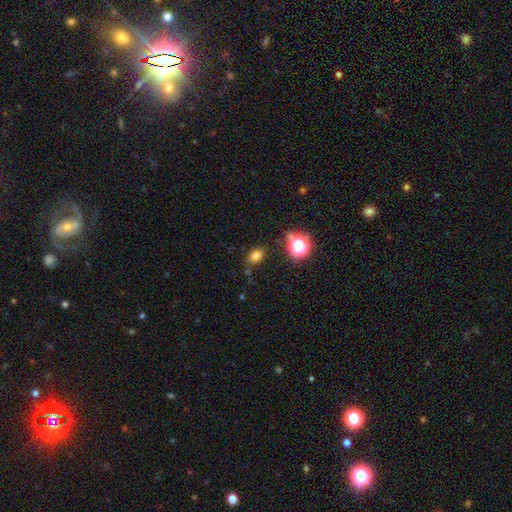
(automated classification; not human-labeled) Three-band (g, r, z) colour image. It shows a smooth galaxy with no disk features (76%) that is in between round and cigar-shaped (72%). Merging: none (78%).